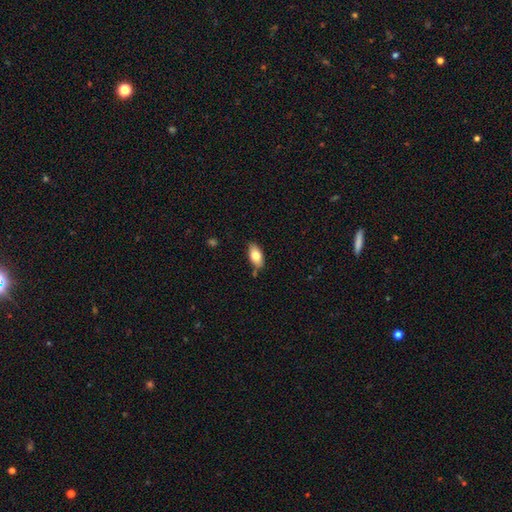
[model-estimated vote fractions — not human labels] Smooth or featured? smooth (78%)
How rounded? in between (92%)
Merging? none (77%)